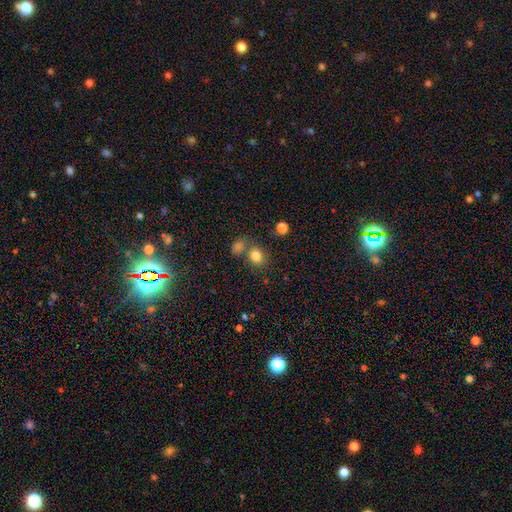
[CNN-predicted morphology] type=smooth (81%); roundness=round (71%); merging=none (63%).